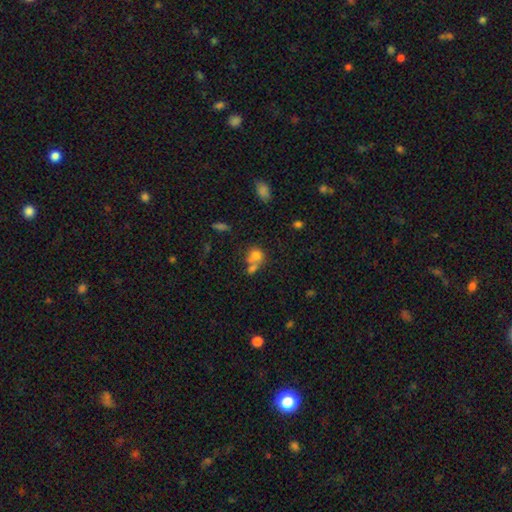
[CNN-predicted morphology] type=smooth (74%); roundness=round (72%); merging=merger (47%).